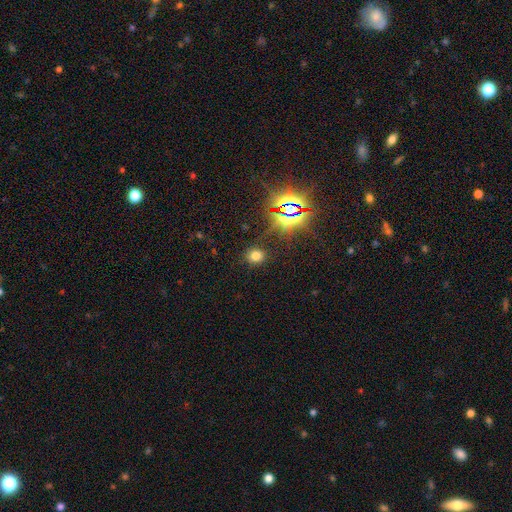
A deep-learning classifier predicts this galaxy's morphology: This appears to be a smooth galaxy with no disk features (67%) that is round (77%). Merging: none (85%).